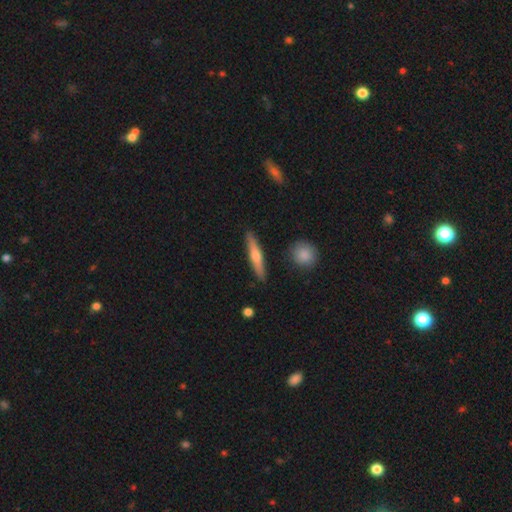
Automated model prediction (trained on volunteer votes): Smooth or featured? smooth (47%, tied with featured or disk)
Merging? none (90%)